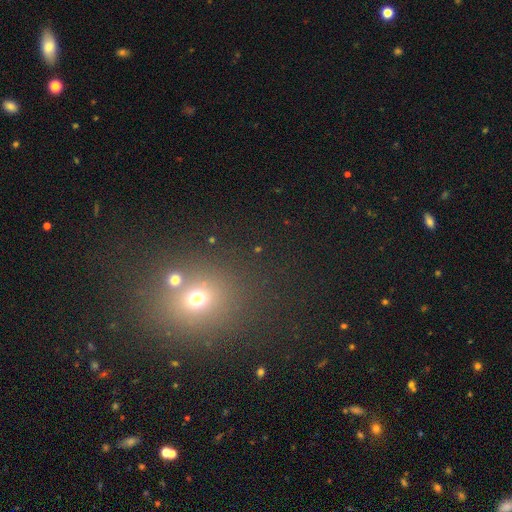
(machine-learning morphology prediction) Smooth or featured?
  - smooth: 47% *
  - star or artifact: 42%
  - featured or disk: 10%
Merging?
  - none: 75% *
  - merger: 12%
  - minor disturbance: 8%
  - major disturbance: 4%